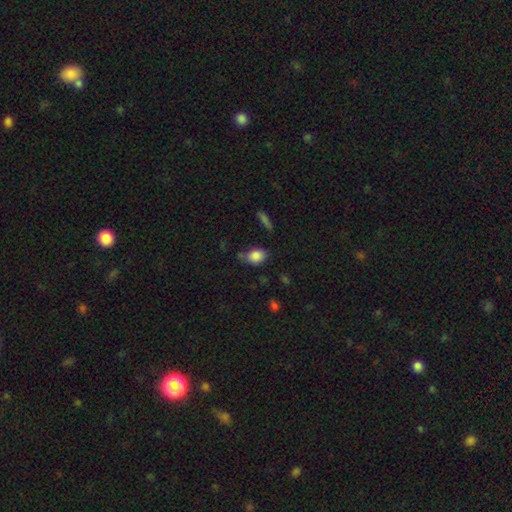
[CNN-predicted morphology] The model was most divided on "merging": none: 63%, minor disturbance: 24%, merger: 7%, major disturbance: 6%. More confident: smooth or featured — smooth (85%); how rounded — in between (71%).